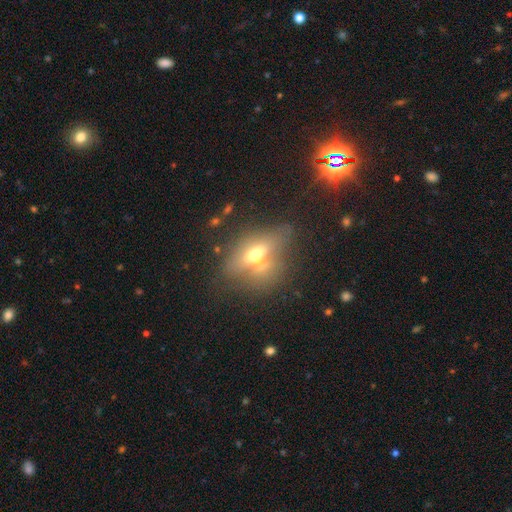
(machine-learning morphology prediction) smooth-or-featured: featured or disk: 45% | smooth: 40% | star or artifact: 15%
  merging: none: 42% | merger: 31% | minor disturbance: 15% | major disturbance: 12%